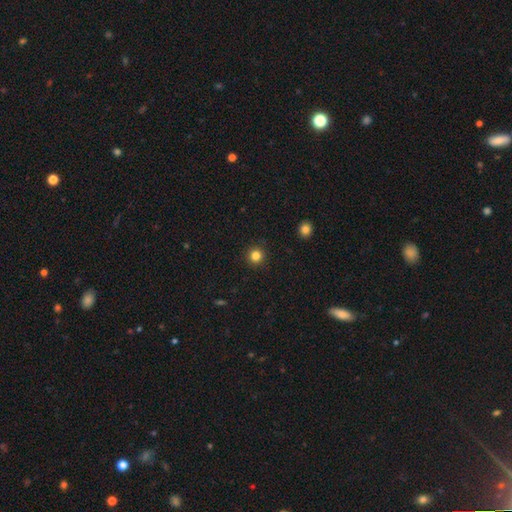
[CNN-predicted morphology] This is clearly a smooth galaxy (83%). How rounded: clearly round (95%). Merging: clearly none (92%).